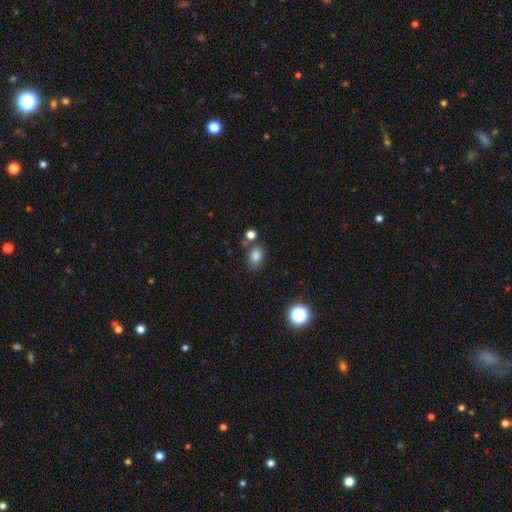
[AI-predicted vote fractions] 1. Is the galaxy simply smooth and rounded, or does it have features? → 81% smooth, 13% star or artifact, 6% featured or disk.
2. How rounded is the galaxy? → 68% in between, 31% round, 1% cigar-shaped.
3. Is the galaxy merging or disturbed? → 70% none, 13% minor disturbance, 12% merger, 4% major disturbance.